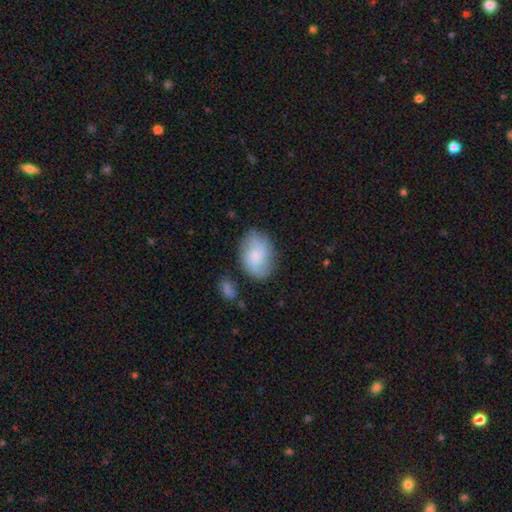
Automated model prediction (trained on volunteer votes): Smooth or featured? smooth (59%)
How rounded? in between (78%)
Merging? none (69%)